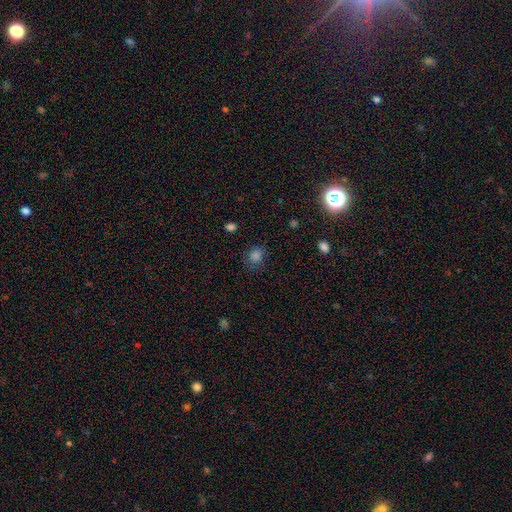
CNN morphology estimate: A smooth galaxy with no disk features (77%) that is round (69%). Merging: none (75%).